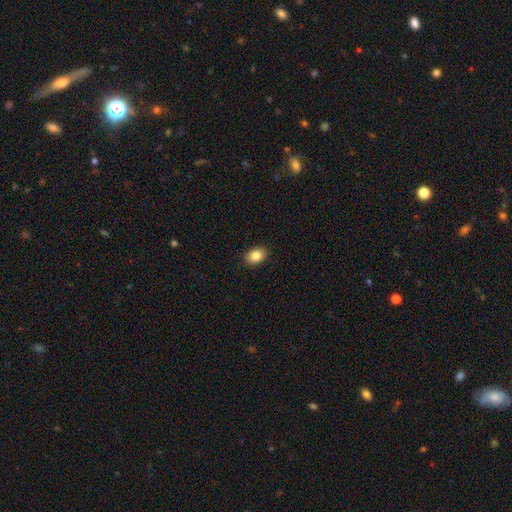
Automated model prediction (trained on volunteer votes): Smooth or featured? Predicted: smooth (p=0.86). How rounded? Predicted: in between (p=0.74). Merging? Predicted: none (p=0.89).